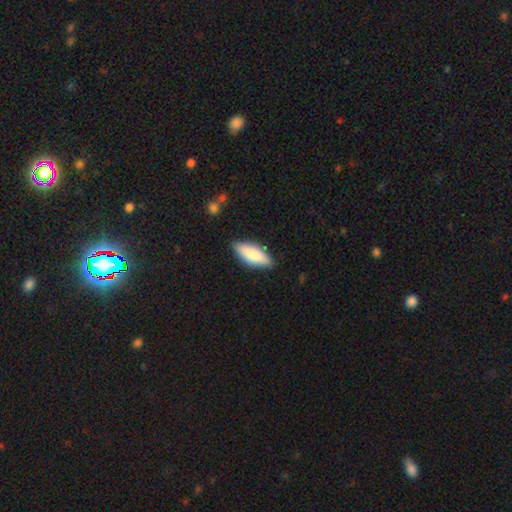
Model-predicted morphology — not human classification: Smooth or featured: smooth — 81% (featured or disk — 14%)
How rounded: in between — 71% (cigar-shaped — 27%)
Merging: none — 85% (minor disturbance — 12%)